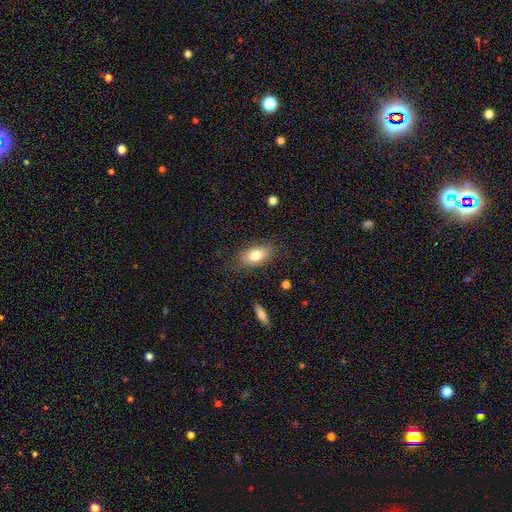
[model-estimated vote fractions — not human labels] This appears to be a smooth galaxy with no disk features (79%) that is in between round and cigar-shaped (88%). Merging: none (78%).